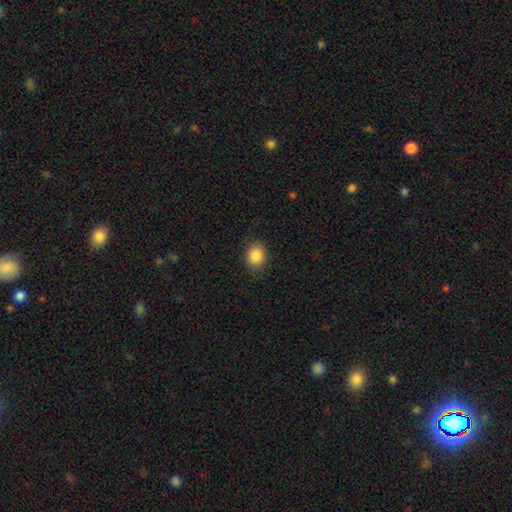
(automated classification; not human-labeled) smooth 87%, star or artifact 9%, featured or disk 4%. Down the decision tree: how rounded — round (66%); merging — none (88%).